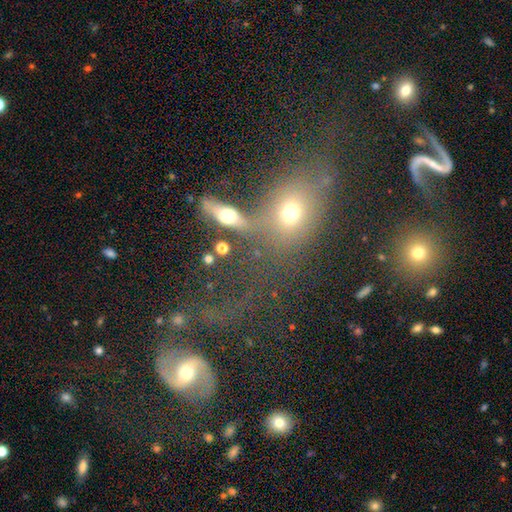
Overall: featured or disk (49%; smooth 41%). Edge-on disk: no (79%). Bar: no (60%; weak 33%). Spiral arms: no (60%; yes 40%). Bulge size: moderate (60%). Merging: merger (34%; none 31%).